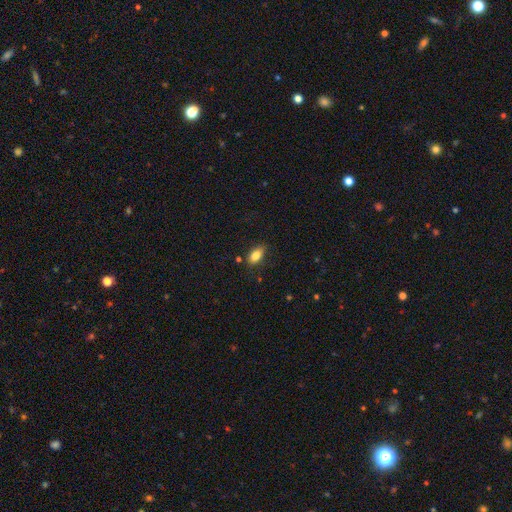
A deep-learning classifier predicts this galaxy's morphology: A smooth galaxy with no disk features (82%) that is in between round and cigar-shaped (88%).

Vote fractions:
- Smooth or featured? smooth: 82% / featured or disk: 10% / star or artifact: 8%
- How rounded? in between: 88% / cigar-shaped: 6% / round: 6%
- Merging? none: 80% / minor disturbance: 14% / major disturbance: 3% / merger: 3%